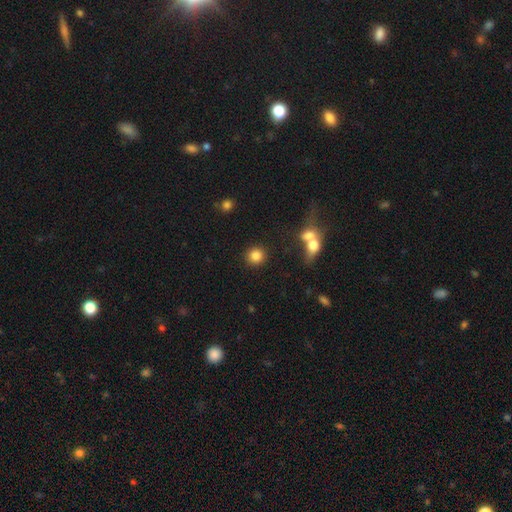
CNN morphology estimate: This appears to be a smooth galaxy with no disk features (84%) that is round (91%). Merging: none (86%).